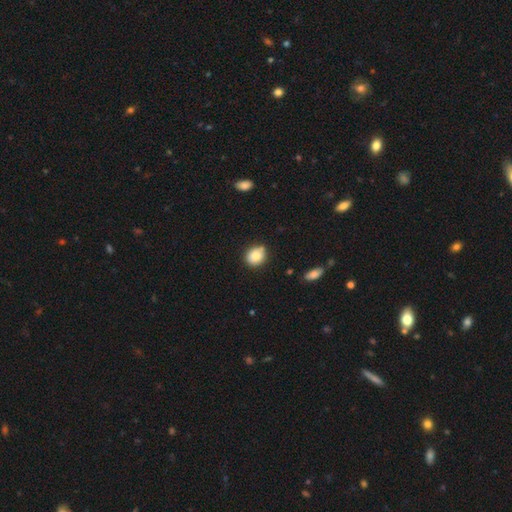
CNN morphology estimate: Smooth or featured? smooth (83%)
How rounded? round (69%)
Merging? none (78%)